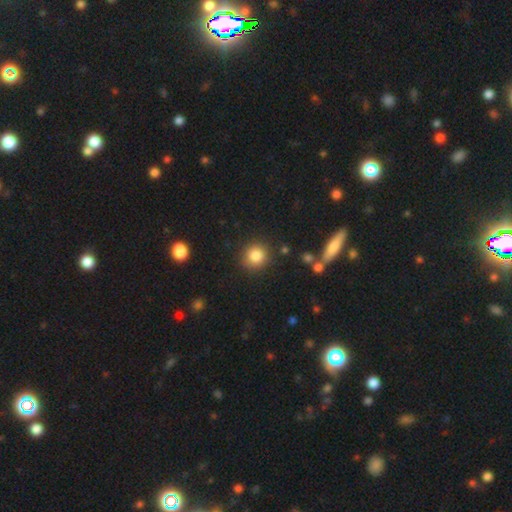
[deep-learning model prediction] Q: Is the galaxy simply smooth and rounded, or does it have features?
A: smooth — 85%.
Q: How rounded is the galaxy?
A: round — 89%.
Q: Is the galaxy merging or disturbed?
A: none — 86%.